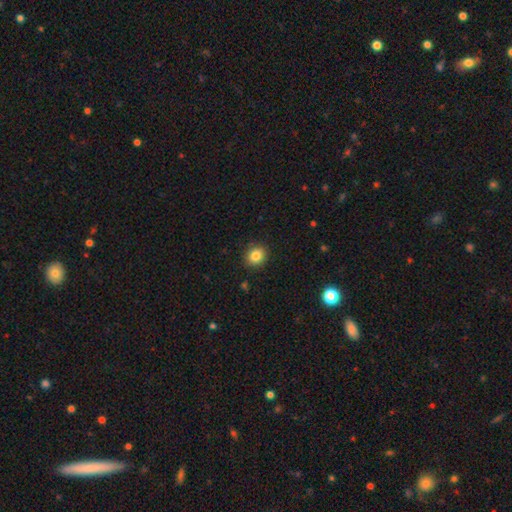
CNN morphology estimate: The model was most divided on "how rounded": round: 73%, in between: 27%, cigar-shaped: 1%. More confident: merging — none (89%); smooth or featured — smooth (85%).